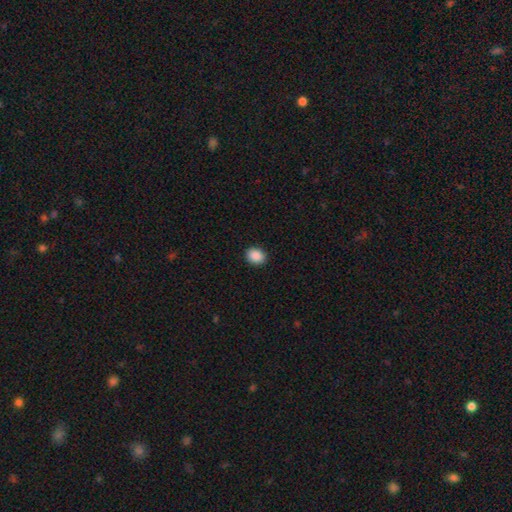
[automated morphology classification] A smooth galaxy with no disk features (89%) that is round (52%).

Vote fractions:
- Smooth or featured? smooth: 89% / star or artifact: 8% / featured or disk: 3%
- How rounded? round: 52% / in between: 48% / cigar-shaped: 1%
- Merging? none: 91% / minor disturbance: 6% / major disturbance: 2% / merger: 1%